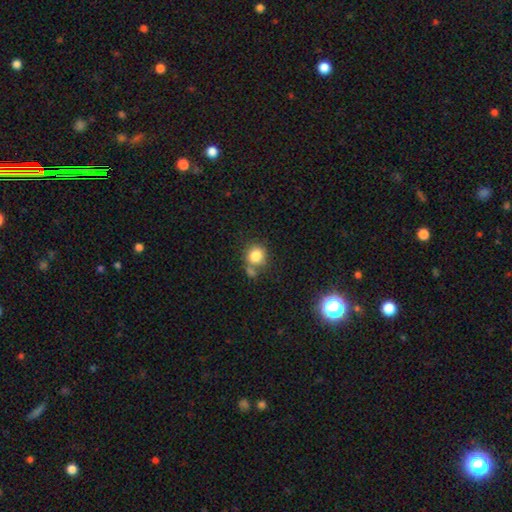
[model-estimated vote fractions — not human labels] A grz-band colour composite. It shows a smooth galaxy with no disk features (81%) that is round (84%). Merging: none (58%).